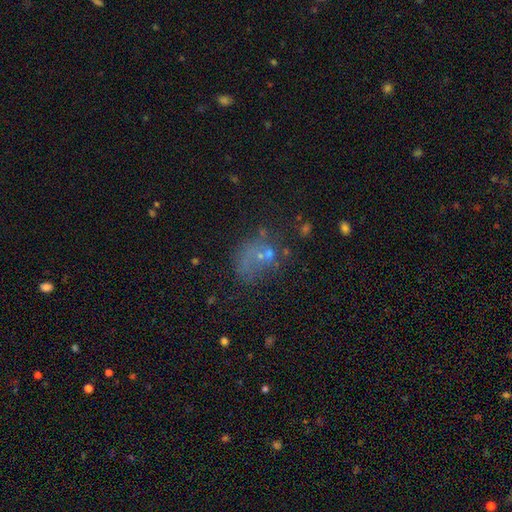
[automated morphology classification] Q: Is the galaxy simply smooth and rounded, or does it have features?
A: smooth — 40%.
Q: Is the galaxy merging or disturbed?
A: none — 43%.